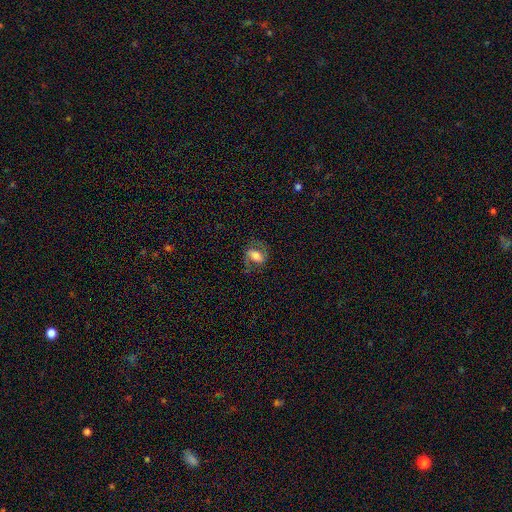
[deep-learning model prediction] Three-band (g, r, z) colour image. It shows a featured or disk galaxy (52%). Merging: none (65%).